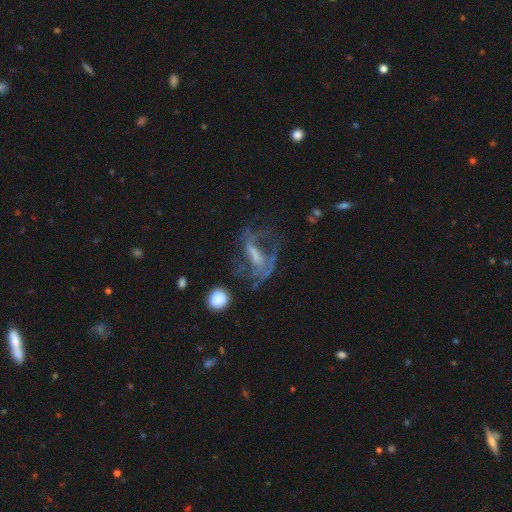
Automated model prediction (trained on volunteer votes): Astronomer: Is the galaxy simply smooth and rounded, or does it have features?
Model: featured or disk — 71%.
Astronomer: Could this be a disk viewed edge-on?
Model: no — 92%.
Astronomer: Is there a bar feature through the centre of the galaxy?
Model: strong — 40% (runner-up: weak, 34%).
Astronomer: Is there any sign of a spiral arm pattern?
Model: yes — 67%.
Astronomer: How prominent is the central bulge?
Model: none — 38% (runner-up: moderate, 27%).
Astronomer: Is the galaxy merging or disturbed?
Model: major disturbance — 40% (runner-up: none, 37%).